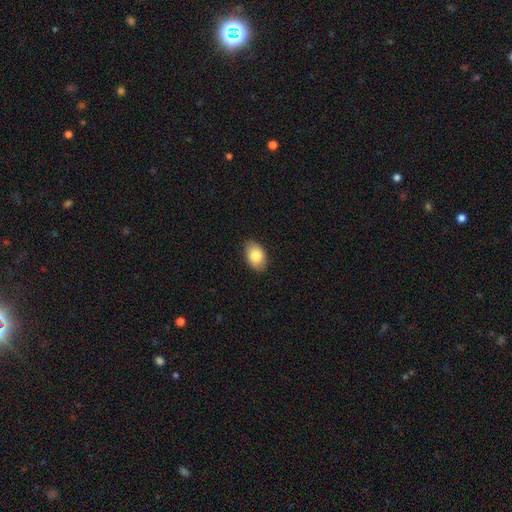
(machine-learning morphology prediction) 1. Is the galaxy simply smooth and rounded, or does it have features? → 84% smooth, 9% featured or disk, 7% star or artifact.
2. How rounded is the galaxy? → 88% in between, 11% round, 1% cigar-shaped.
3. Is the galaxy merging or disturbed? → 86% none, 11% minor disturbance, 2% major disturbance, 1% merger.